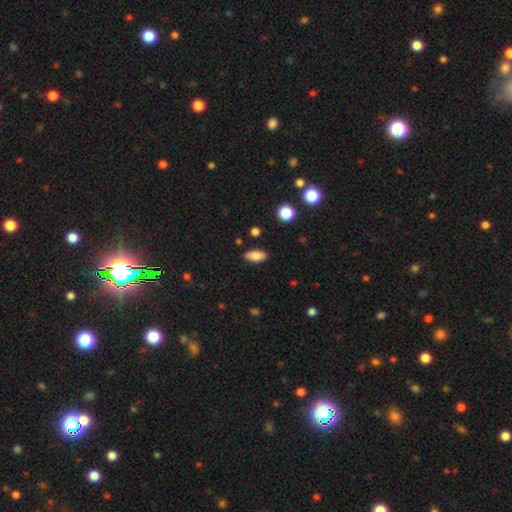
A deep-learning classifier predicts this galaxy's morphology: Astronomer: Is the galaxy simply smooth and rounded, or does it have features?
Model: smooth — 83%.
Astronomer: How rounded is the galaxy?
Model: in between — 85%.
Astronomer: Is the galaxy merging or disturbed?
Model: none — 87%.